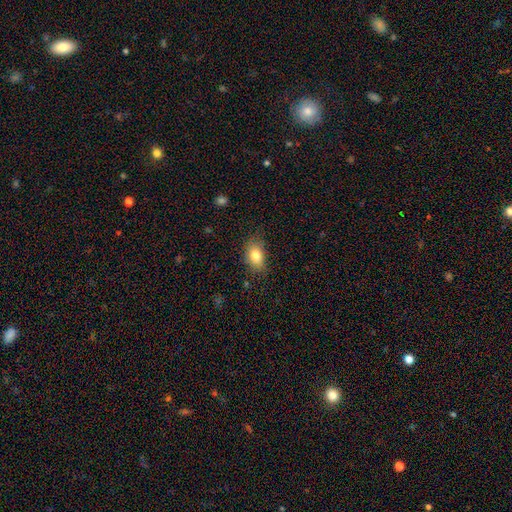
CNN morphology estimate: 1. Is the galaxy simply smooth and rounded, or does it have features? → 82% smooth, 9% featured or disk, 9% star or artifact.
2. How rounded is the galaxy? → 83% in between, 15% round, 2% cigar-shaped.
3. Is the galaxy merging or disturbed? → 77% none, 17% minor disturbance, 4% major disturbance, 1% merger.